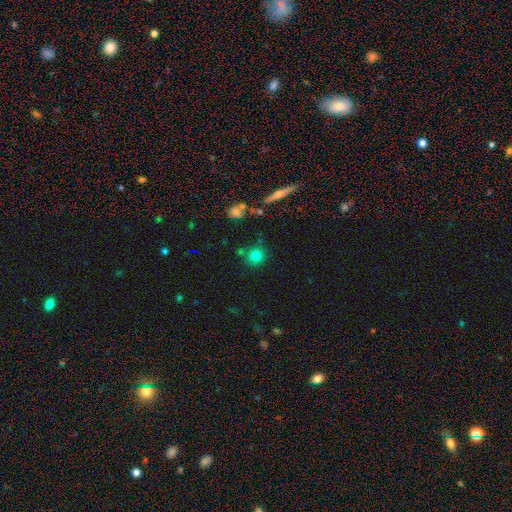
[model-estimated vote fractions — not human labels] smooth 75%, star or artifact 15%, featured or disk 9%. Down the decision tree: how rounded — round (91%); merging — none (79%).